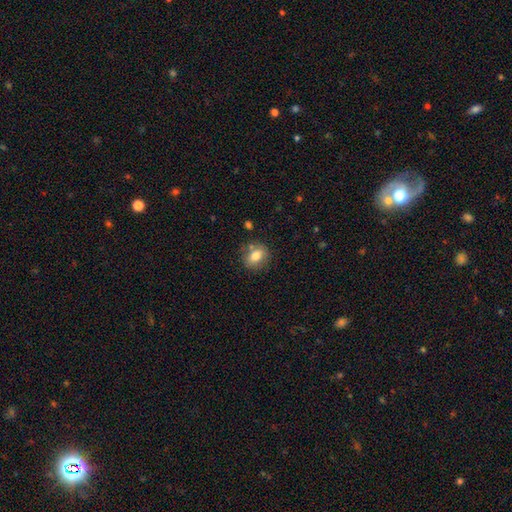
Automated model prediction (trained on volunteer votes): Smooth or featured?
  - smooth: 76% *
  - featured or disk: 14%
  - star or artifact: 9%
How rounded?
  - round: 56% *
  - in between: 43%
  - cigar-shaped: 1%
Merging?
  - none: 76% *
  - minor disturbance: 14%
  - merger: 7%
  - major disturbance: 4%